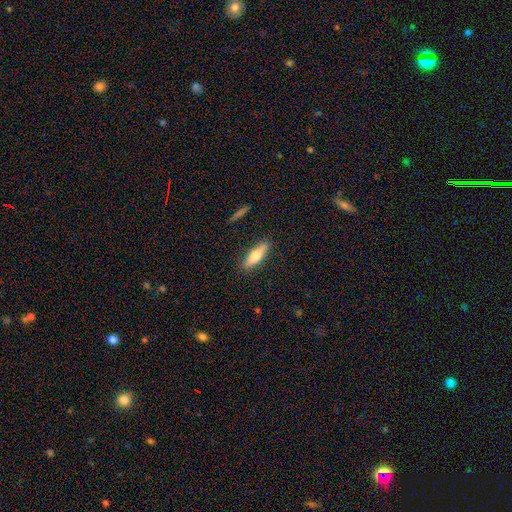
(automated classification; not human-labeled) The model was most divided on "how rounded": cigar-shaped: 58%, in between: 40%, round: 2%. More confident: merging — none (88%); smooth or featured — smooth (65%).